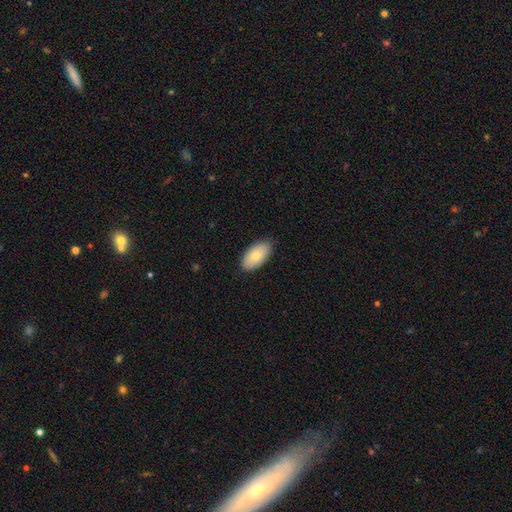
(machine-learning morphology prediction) Smooth or featured: smooth — 75% (featured or disk — 19%)
How rounded: in between — 95% (round — 3%)
Merging: none — 86% (minor disturbance — 11%)